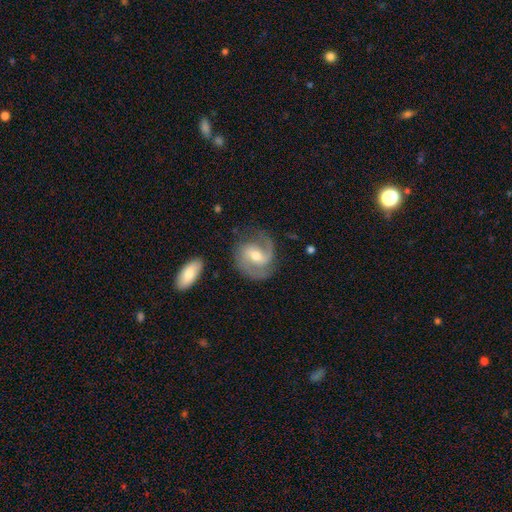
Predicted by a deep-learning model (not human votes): Morphology: type=featured or disk (84%); edge-on=no (97%); bar=weak (51%); spiral arms=yes (96%); winding=medium (53%); arm count=2 (81%); bulge=moderate (62%); merging=none (72%).